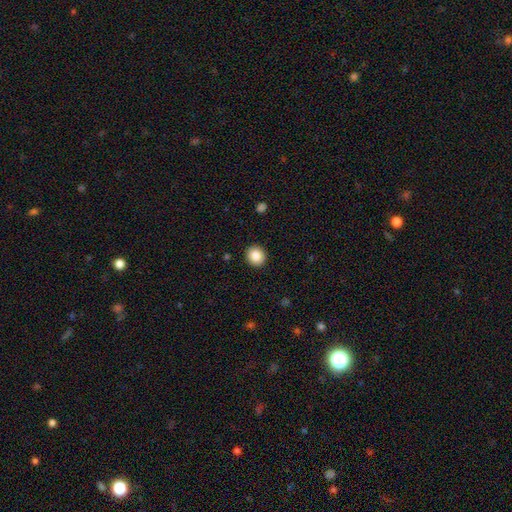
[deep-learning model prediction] The model was most divided on "how rounded": round: 86%, in between: 13%, cigar-shaped: 1%. More confident: merging — none (92%); smooth or featured — smooth (86%).